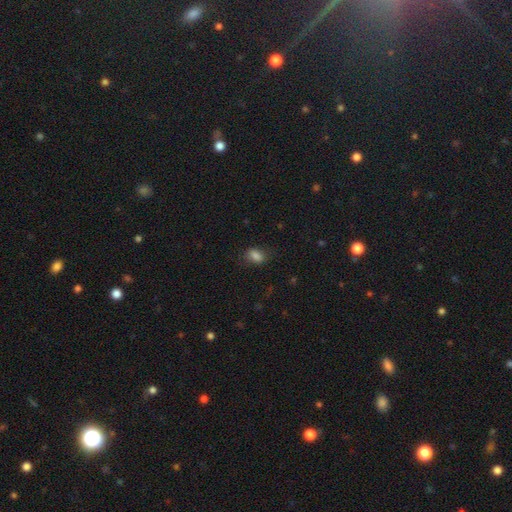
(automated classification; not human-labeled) Q: Smooth or featured?
A: smooth (84%); runner-up: star or artifact (10%)
Q: How rounded?
A: in between (84%); runner-up: round (14%)
Q: Merging?
A: none (75%); runner-up: minor disturbance (18%)